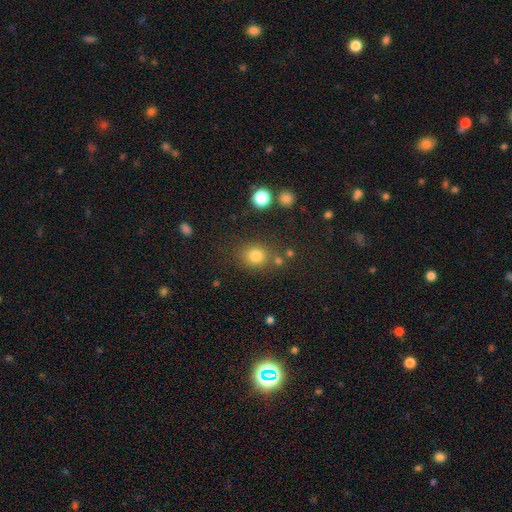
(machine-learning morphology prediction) A smooth galaxy with no disk features (80%) that is round (77%). Merging: none (76%).